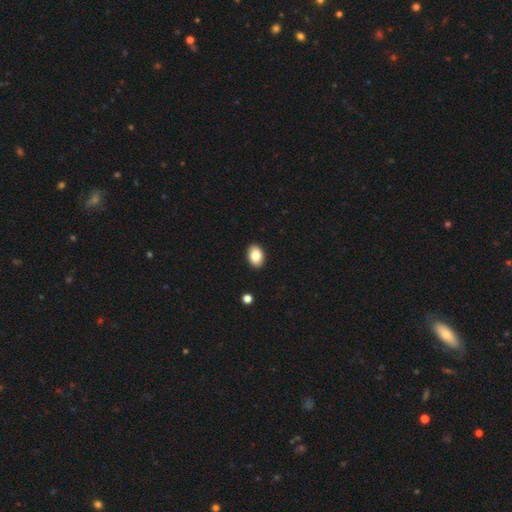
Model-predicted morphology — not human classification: The model was most divided on "how rounded": in between: 86%, round: 13%, cigar-shaped: 1%. More confident: merging — none (91%); smooth or featured — smooth (84%).